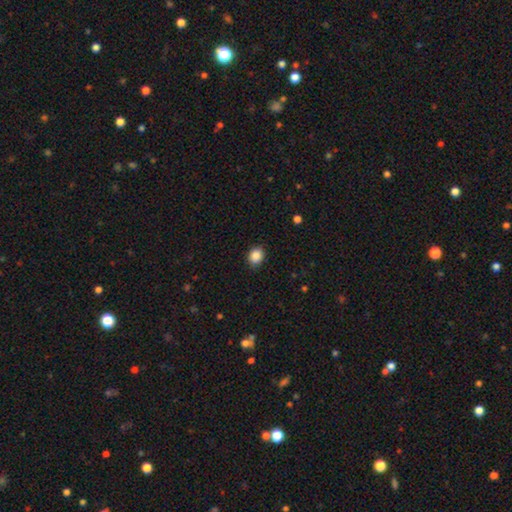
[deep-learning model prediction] This is clearly a smooth galaxy (88%). How rounded: possibly round (58%). Merging: clearly none (89%).